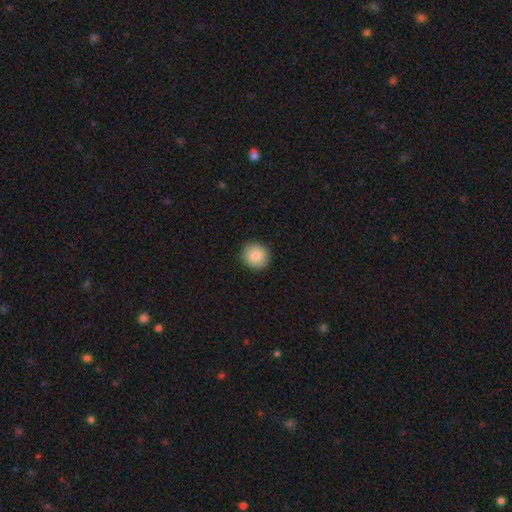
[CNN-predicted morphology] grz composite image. It shows a smooth galaxy with no disk features (85%) that is round (91%). Merging: none (91%).